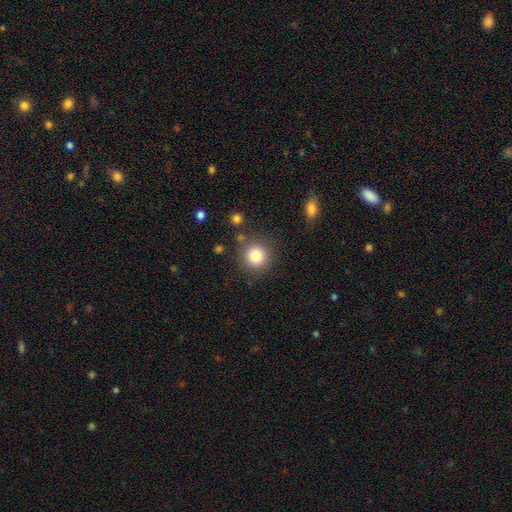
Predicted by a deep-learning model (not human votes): smooth-or-featured: smooth: 81% | star or artifact: 11% | featured or disk: 8%
  how-rounded: round: 93% | in between: 6% | cigar-shaped: 1%
  merging: none: 83% | minor disturbance: 9% | merger: 4% | major disturbance: 4%